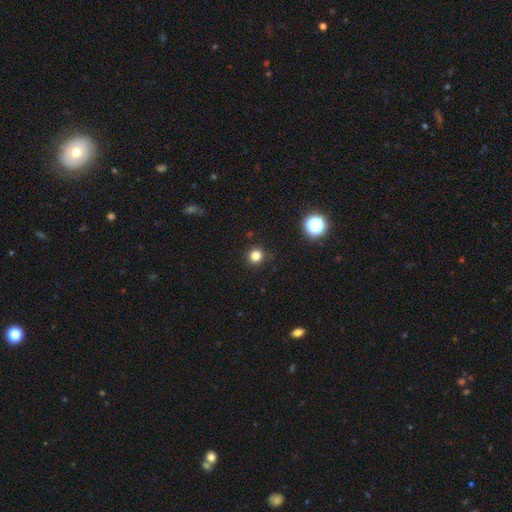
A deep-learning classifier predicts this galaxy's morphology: smooth-or-featured: smooth: 81% | star or artifact: 15% | featured or disk: 4%
  how-rounded: round: 95% | in between: 4% | cigar-shaped: 1%
  merging: none: 92% | minor disturbance: 5% | major disturbance: 2% | merger: 1%